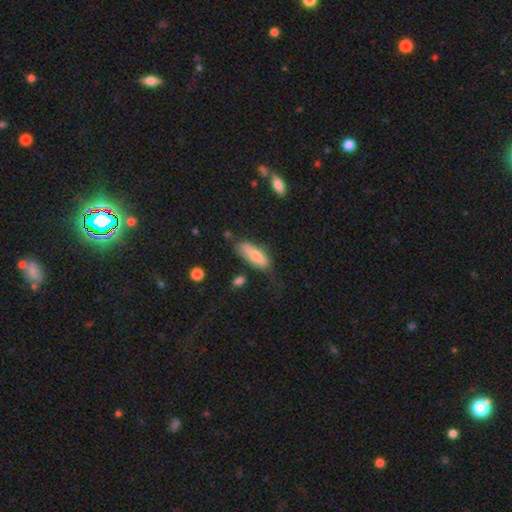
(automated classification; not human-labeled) This is likely a smooth galaxy (68%). How rounded: likely in between (69%). Merging: possibly none (49%).